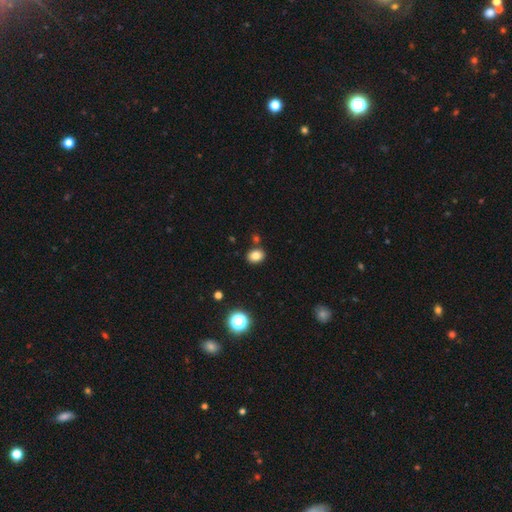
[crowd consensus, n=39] smooth-or-featured: smooth: 90% | star or artifact: 8% | featured or disk: 3%
  how-rounded: in between: 57% | round: 43% | cigar-shaped: 0%
  merging: none: 75% | minor disturbance: 11% | merger: 11% | major disturbance: 3%